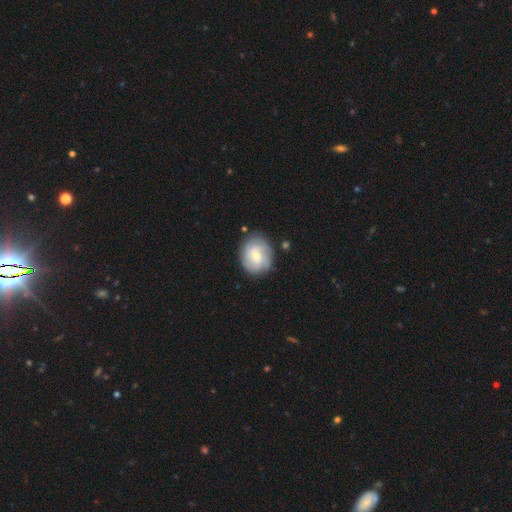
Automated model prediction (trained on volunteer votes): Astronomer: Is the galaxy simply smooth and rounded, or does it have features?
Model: featured or disk — 65%.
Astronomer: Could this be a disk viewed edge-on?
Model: no — 98%.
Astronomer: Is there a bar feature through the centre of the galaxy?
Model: no — 47% (runner-up: weak, 45%).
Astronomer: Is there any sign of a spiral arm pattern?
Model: yes — 90%.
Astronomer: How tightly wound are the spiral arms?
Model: tight — 57%.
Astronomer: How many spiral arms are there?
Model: can't tell — 34% (runner-up: 3, 24%).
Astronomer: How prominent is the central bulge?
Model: small — 53% (runner-up: moderate, 42%).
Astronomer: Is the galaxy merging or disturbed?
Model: none — 79%.